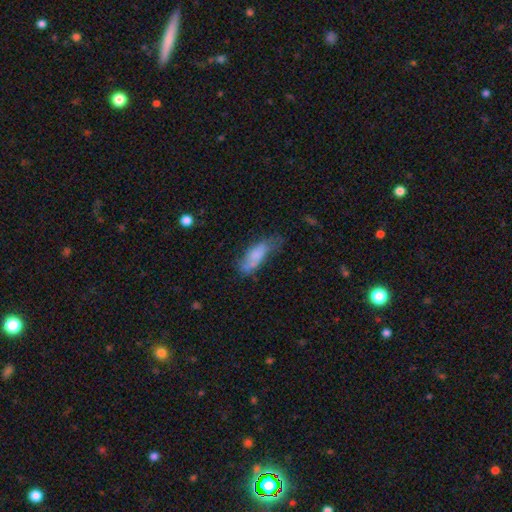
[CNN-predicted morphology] The model was most divided on "merging": none: 42%, minor disturbance: 34%, major disturbance: 19%, merger: 5%. More confident: smooth or featured — smooth (68%); how rounded — in between (64%).